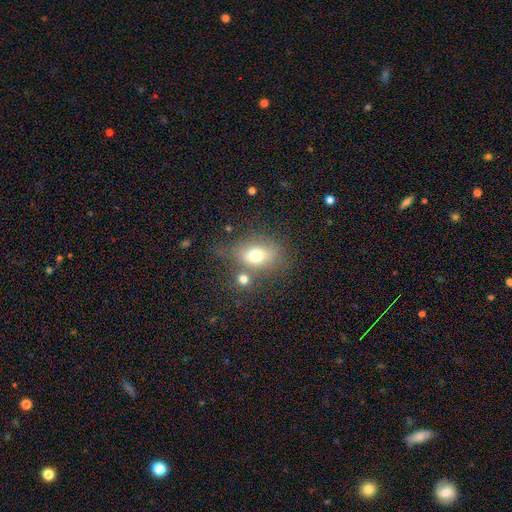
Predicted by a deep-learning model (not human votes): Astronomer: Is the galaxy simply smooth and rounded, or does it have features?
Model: smooth — 69%.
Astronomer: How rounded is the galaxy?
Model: in between — 68%.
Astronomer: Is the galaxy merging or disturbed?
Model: none — 51%.